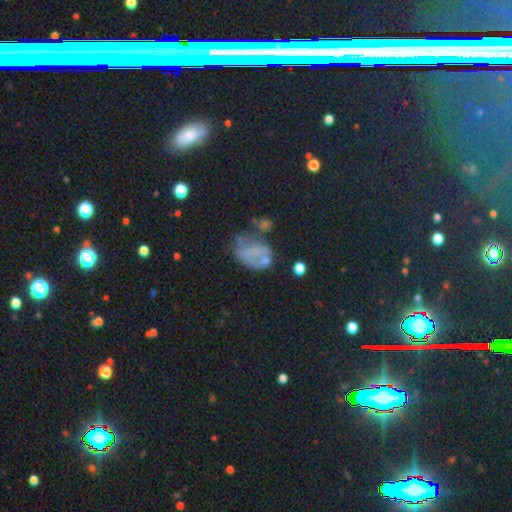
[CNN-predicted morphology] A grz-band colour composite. It shows a star or artifact, not a galaxy (43%).